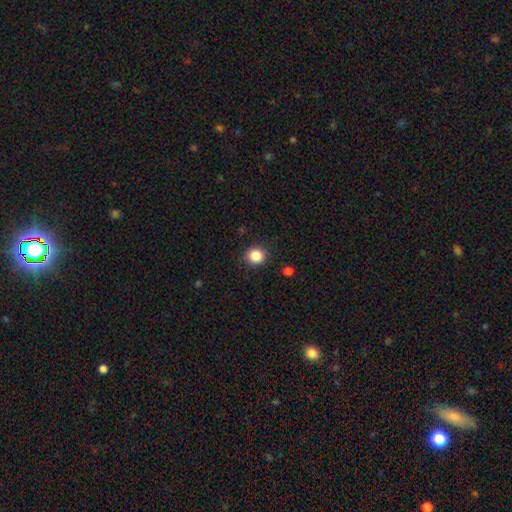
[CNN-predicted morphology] Overall: smooth (86%). How rounded: round (81%). Merging: none (89%).